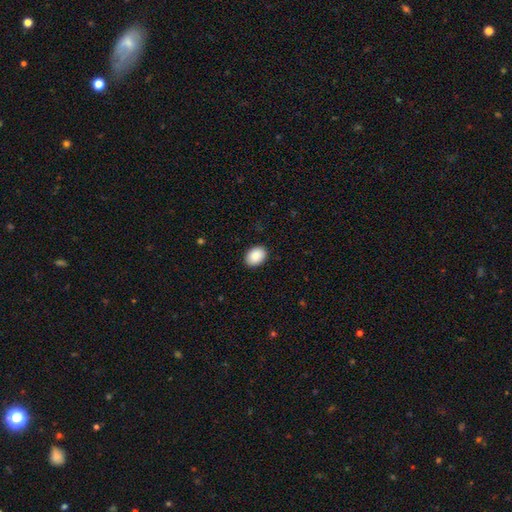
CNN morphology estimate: Q: Smooth or featured?
A: smooth (90%); runner-up: star or artifact (7%)
Q: How rounded?
A: in between (76%); runner-up: round (24%)
Q: Merging?
A: none (89%); runner-up: minor disturbance (8%)